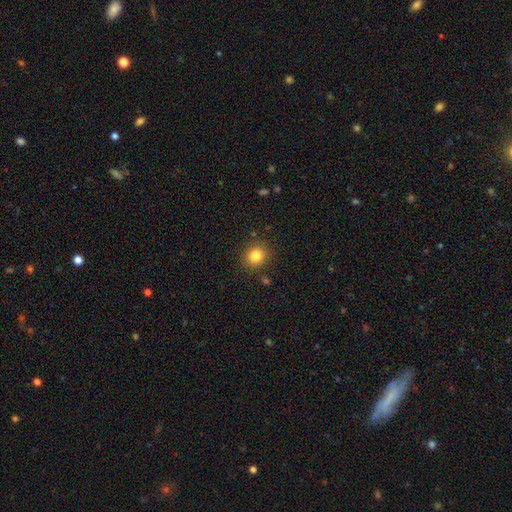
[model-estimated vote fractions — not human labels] smooth_or_featured: smooth (p=0.83) [alt: star or artifact p=0.11]
how_rounded: round (p=0.81) [alt: in between p=0.18]
merging: none (p=0.86) [alt: minor disturbance p=0.09]